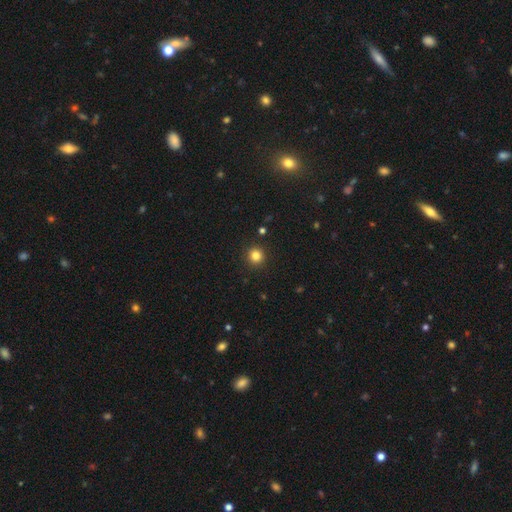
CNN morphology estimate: Smooth or featured? Predicted: smooth (p=0.83). How rounded? Predicted: round (p=0.94). Merging? Predicted: none (p=0.92).